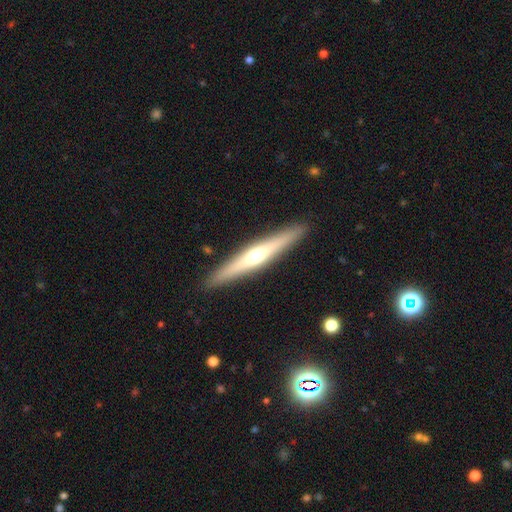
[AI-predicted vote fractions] The model was most divided on "smooth or featured": featured or disk: 62%, smooth: 32%, star or artifact: 6%. More confident: edge-on disk — yes (96%); merging — none (91%); edge-on bulge — rounded (86%).